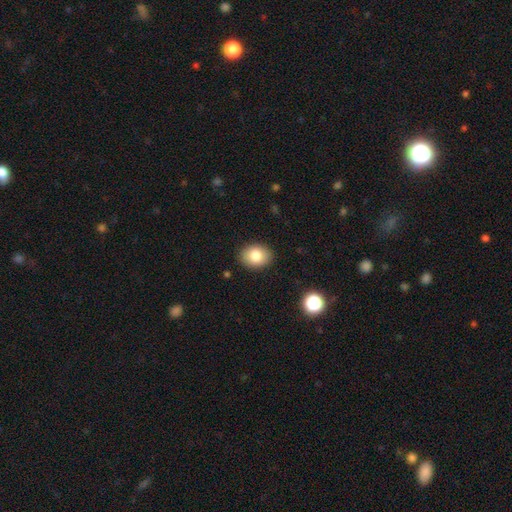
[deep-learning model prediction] Smooth or featured? smooth (82%)
How rounded? in between (61%)
Merging? none (89%)